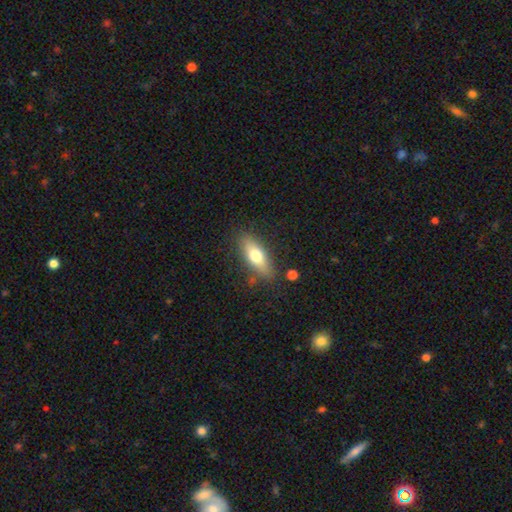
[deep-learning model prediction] smooth_or_featured: smooth (p=0.66) [alt: featured or disk p=0.28]
how_rounded: in between (p=0.62) [alt: cigar-shaped p=0.35]
merging: none (p=0.81) [alt: minor disturbance p=0.13]